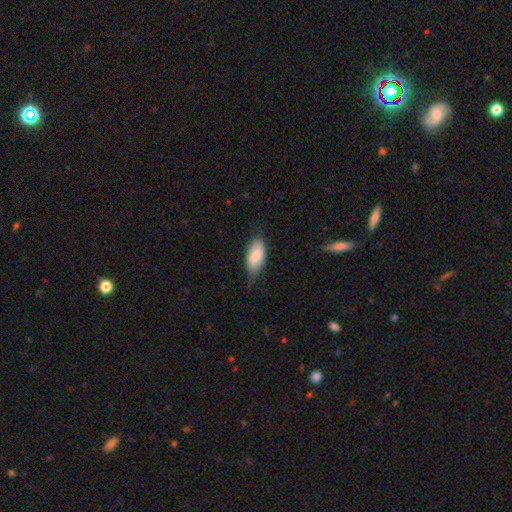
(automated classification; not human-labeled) Morphology: type=smooth (80%); roundness=in between (91%); merging=none (49%).